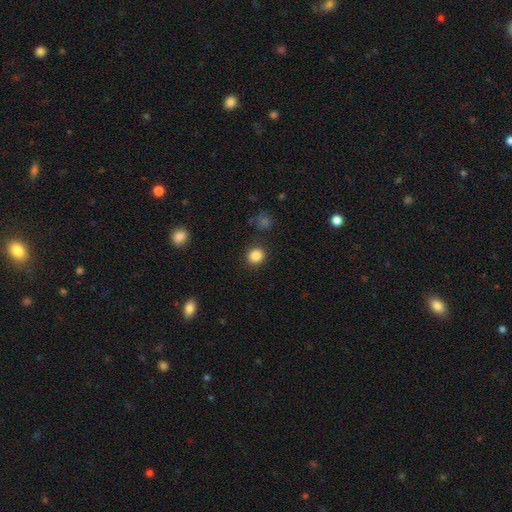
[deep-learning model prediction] Morphology: type=smooth (85%); roundness=round (90%); merging=none (90%).